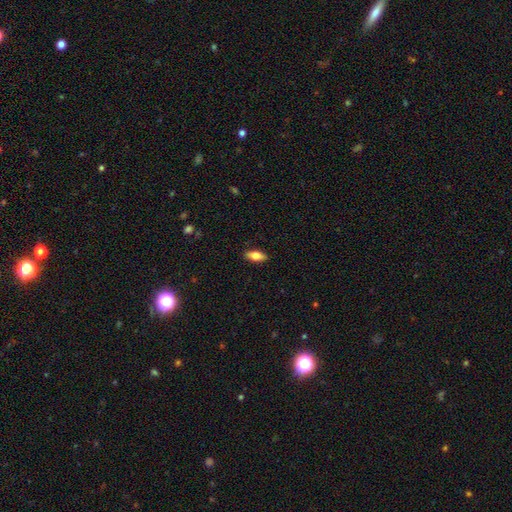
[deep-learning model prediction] smooth-or-featured: smooth: 73% | featured or disk: 20% | star or artifact: 7%
  how-rounded: in between: 82% | cigar-shaped: 15% | round: 3%
  merging: none: 89% | minor disturbance: 8% | major disturbance: 2% | merger: 1%